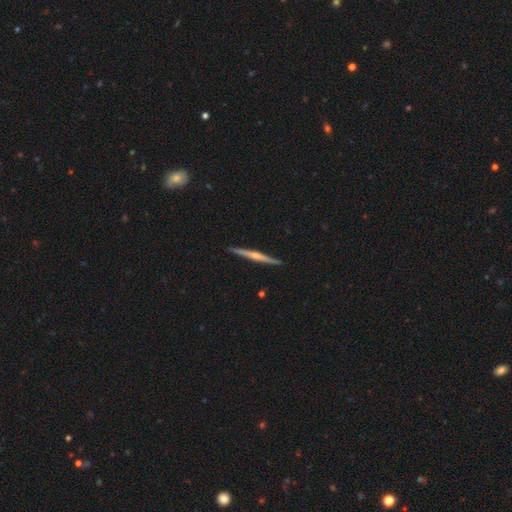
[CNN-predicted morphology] type=featured or disk (72%); edge-on=yes (98%); edge-on bulge=rounded (68%); merging=none (92%).